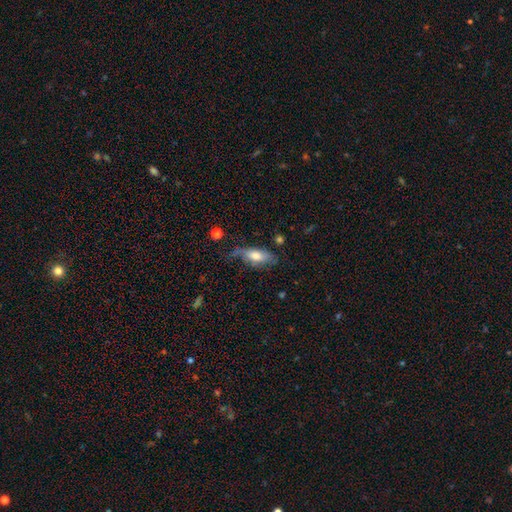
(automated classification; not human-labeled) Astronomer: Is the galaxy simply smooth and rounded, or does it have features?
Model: smooth — 63%.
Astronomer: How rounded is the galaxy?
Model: in between — 77%.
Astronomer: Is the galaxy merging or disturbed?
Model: none — 49% (runner-up: minor disturbance, 33%).